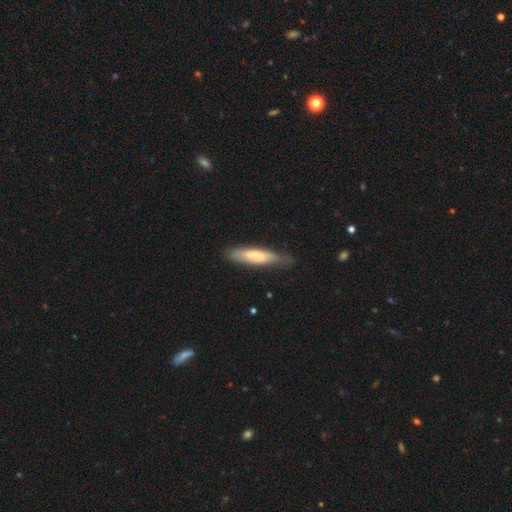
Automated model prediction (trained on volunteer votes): The model was most divided on "smooth or featured": smooth: 60%, featured or disk: 35%, star or artifact: 5%. More confident: merging — none (73%); how rounded — cigar-shaped (70%).